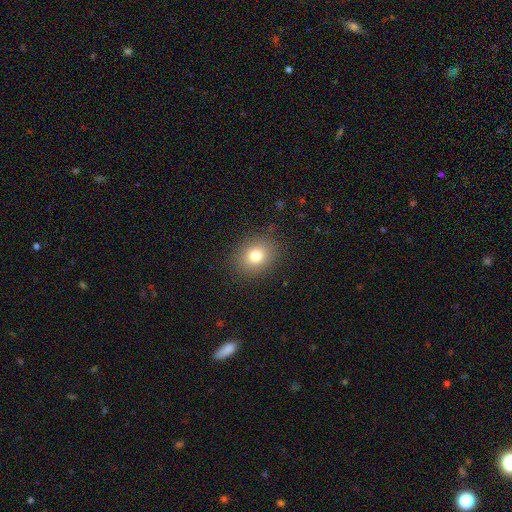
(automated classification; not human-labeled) Overall: smooth (78%). How rounded: round (57%; in between 42%). Merging: none (87%).